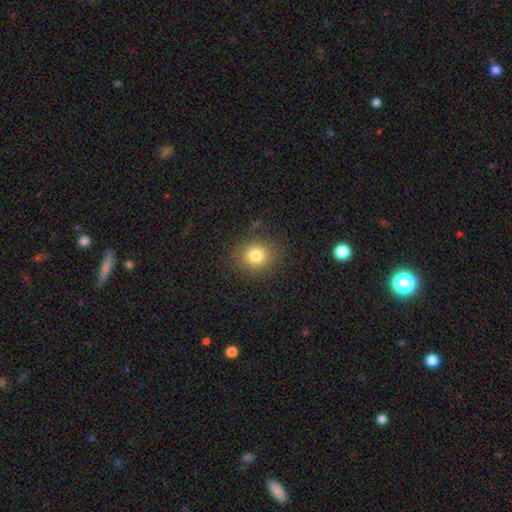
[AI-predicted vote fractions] Smooth or featured?
  - smooth: 80% *
  - star or artifact: 13%
  - featured or disk: 7%
How rounded?
  - round: 80% *
  - in between: 19%
  - cigar-shaped: 1%
Merging?
  - none: 85% *
  - minor disturbance: 10%
  - major disturbance: 4%
  - merger: 1%